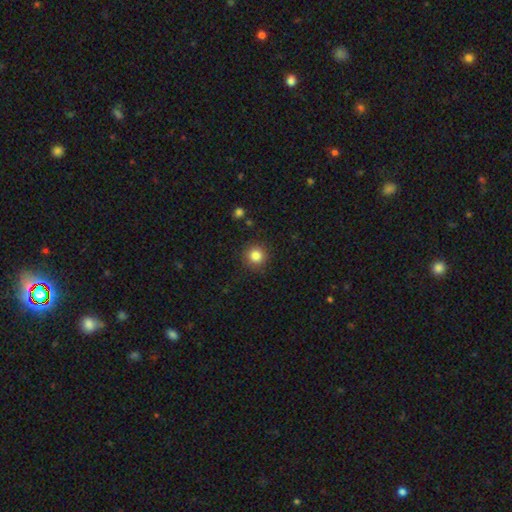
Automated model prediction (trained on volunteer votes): smooth 84%, star or artifact 11%, featured or disk 5%. Down the decision tree: how rounded — round (94%); merging — none (89%).